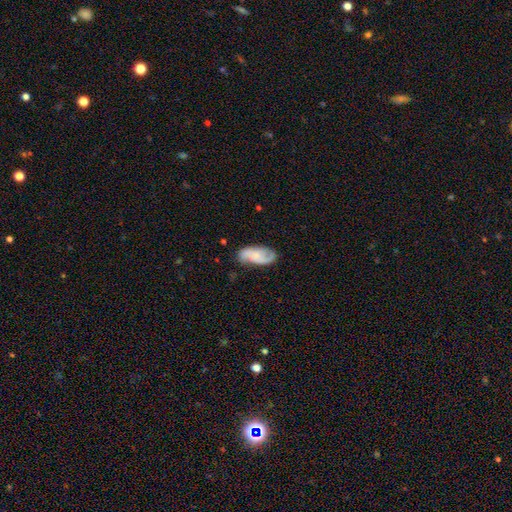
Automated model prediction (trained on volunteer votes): smooth-or-featured: featured or disk: 56% | smooth: 37% | star or artifact: 7%
  disk-edge-on: no: 94% | yes: 6%
    bar: no: 65% | weak: 29% | strong: 6%
    has-spiral-arms: yes: 90% | no: 10%
    bulge-size: small: 56% | moderate: 21% | none: 19% | large: 2% | dominant: 1%
  merging: none: 70% | minor disturbance: 22% | major disturbance: 7% | merger: 2%